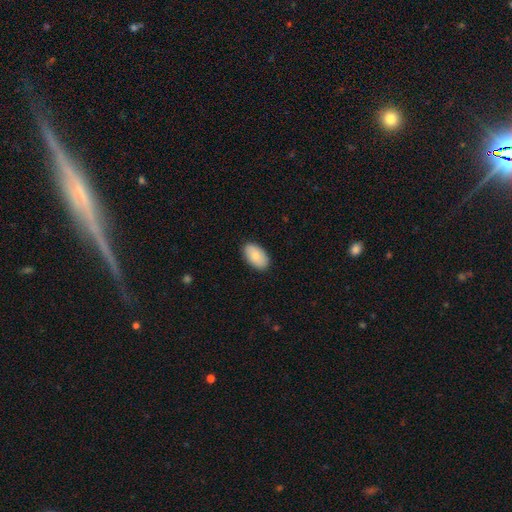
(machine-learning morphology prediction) type=smooth (82%); roundness=in between (95%); merging=none (87%).